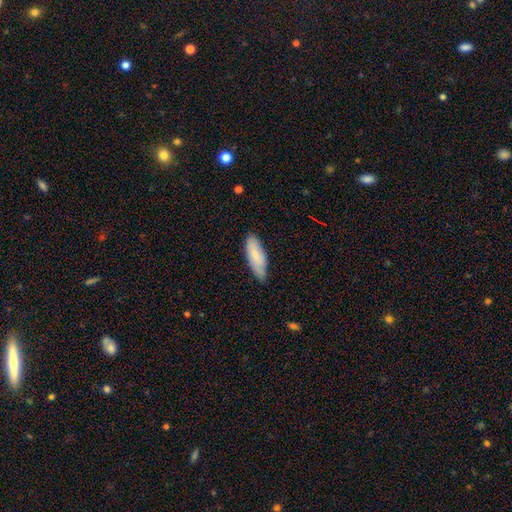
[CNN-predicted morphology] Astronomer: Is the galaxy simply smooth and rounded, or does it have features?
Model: smooth — 76%.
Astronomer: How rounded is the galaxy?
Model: in between — 69%.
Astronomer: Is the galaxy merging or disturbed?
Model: none — 73%.